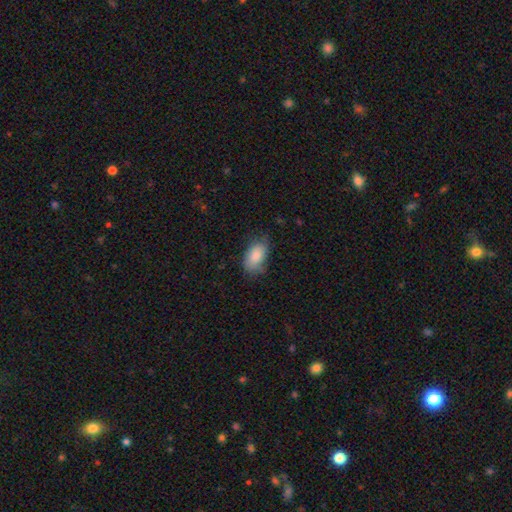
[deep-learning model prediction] Q: Smooth or featured?
A: smooth (82%); runner-up: featured or disk (11%)
Q: How rounded?
A: in between (93%); runner-up: round (4%)
Q: Merging?
A: none (65%); runner-up: minor disturbance (27%)